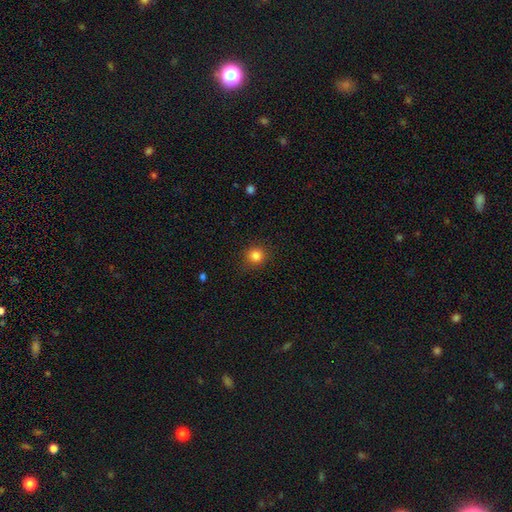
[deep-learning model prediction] Smooth or featured: smooth — 83% (star or artifact — 12%)
How rounded: round — 90% (in between — 9%)
Merging: none — 88% (minor disturbance — 8%)